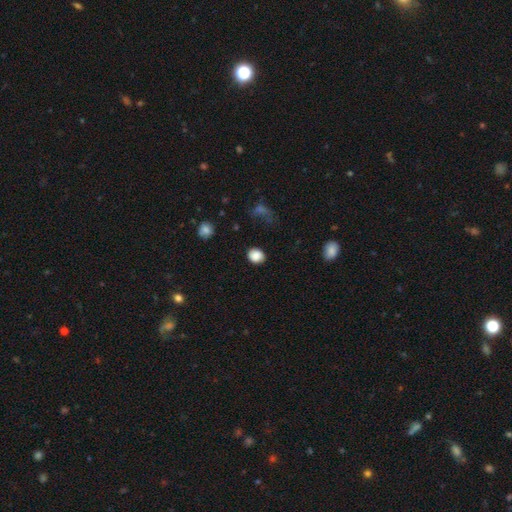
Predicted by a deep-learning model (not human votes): This appears to be a smooth galaxy with no disk features (85%) that is round (64%). Merging: none (81%).